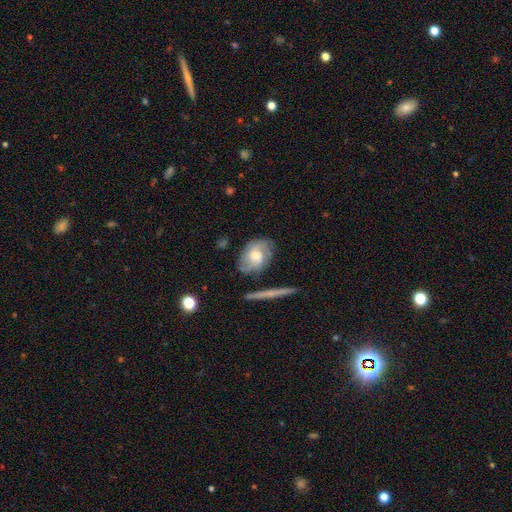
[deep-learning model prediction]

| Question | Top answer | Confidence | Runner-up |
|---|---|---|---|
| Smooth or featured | featured or disk | 62% | smooth (32%) |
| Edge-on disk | no | 93% | yes (7%) |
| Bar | no | 64% | weak (31%) |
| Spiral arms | yes | 87% | no (13%) |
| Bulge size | moderate | 63% | small (16%) |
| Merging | none | 68% | minor disturbance (20%) |